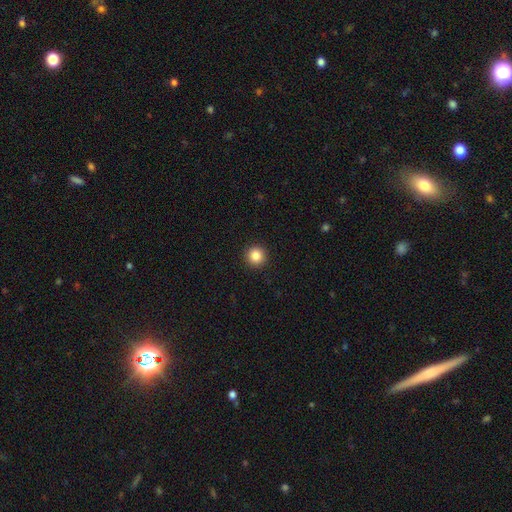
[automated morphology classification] Smooth or featured? smooth (85%)
How rounded? round (96%)
Merging? none (93%)